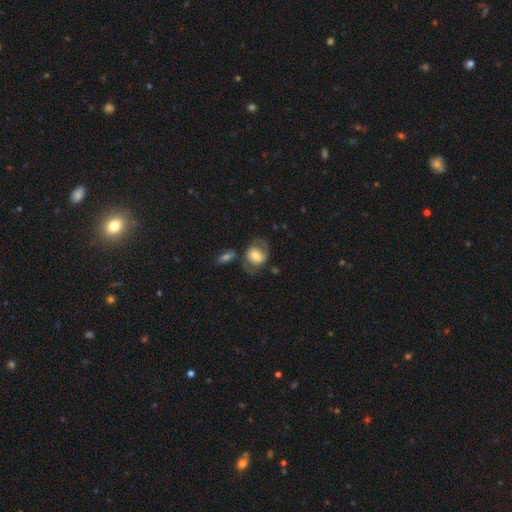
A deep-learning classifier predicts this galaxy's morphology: A featured or disk galaxy (54%) with no bar (42%), spiral arms (76%) and a moderate central bulge (47%).

Vote fractions:
- Smooth or featured? featured or disk: 54% / smooth: 39% / star or artifact: 7%
- Edge-on disk? no: 96% / yes: 4%
- Bar? no: 42% / weak: 39% / strong: 19%
- Spiral arms? yes: 76% / no: 24%
- Bulge size? moderate: 47% / large: 26% / small: 19% / dominant: 4% / none: 4%
- Merging? none: 58% / minor disturbance: 19% / major disturbance: 14% / merger: 9%